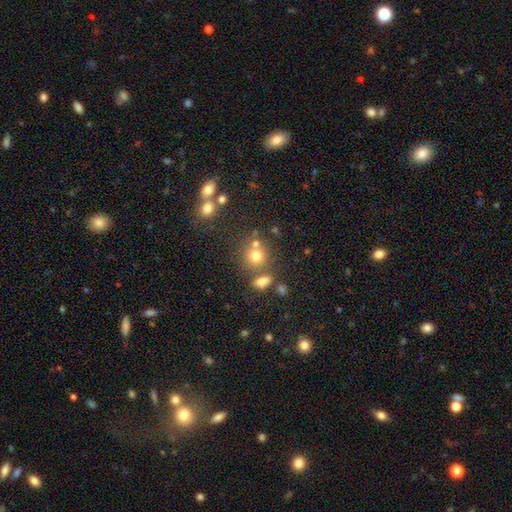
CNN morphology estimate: smooth 72%, star or artifact 16%, featured or disk 12%. Down the decision tree: how rounded — round (84%); merging — none (61%).